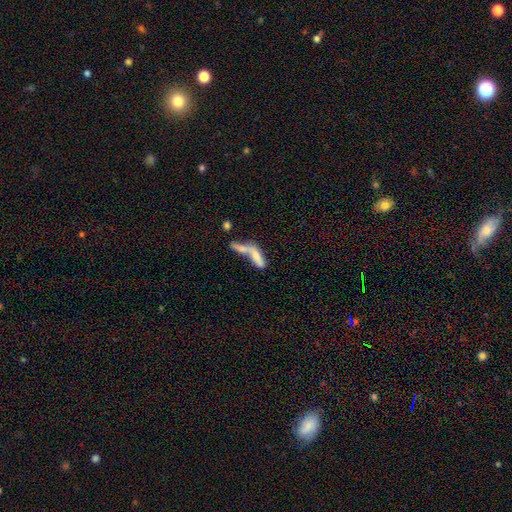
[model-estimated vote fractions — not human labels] Smooth or featured?
  - smooth: 57% *
  - featured or disk: 33%
  - star or artifact: 9%
How rounded?
  - cigar-shaped: 58% *
  - in between: 39%
  - round: 3%
Merging?
  - merger: 63% *
  - none: 18%
  - major disturbance: 10%
  - minor disturbance: 9%